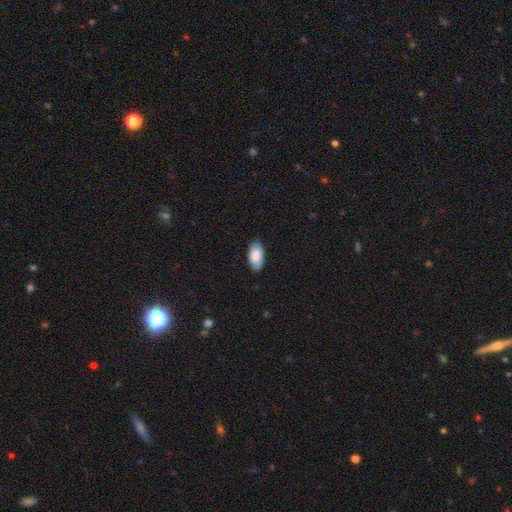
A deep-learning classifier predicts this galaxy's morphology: type=smooth (84%); roundness=in between (95%); merging=none (85%).